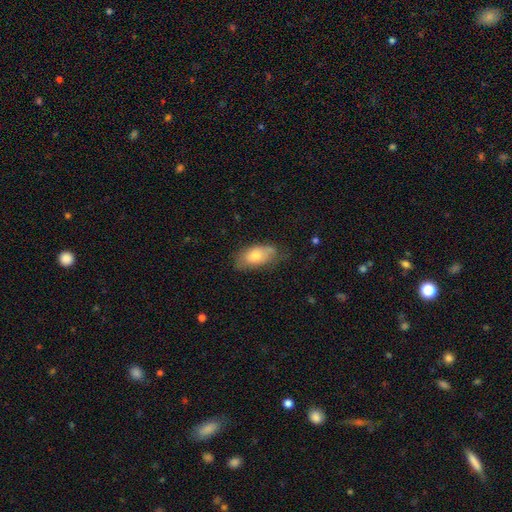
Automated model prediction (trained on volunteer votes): Q: Smooth or featured?
A: smooth (70%); runner-up: featured or disk (23%)
Q: How rounded?
A: in between (90%); runner-up: cigar-shaped (6%)
Q: Merging?
A: none (62%); runner-up: minor disturbance (29%)